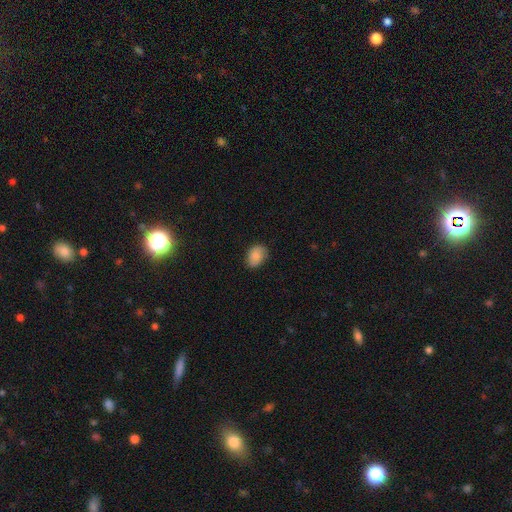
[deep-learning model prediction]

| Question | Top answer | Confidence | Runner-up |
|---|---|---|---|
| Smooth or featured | smooth | 82% | featured or disk (10%) |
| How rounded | in between | 74% | round (25%) |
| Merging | none | 76% | minor disturbance (19%) |